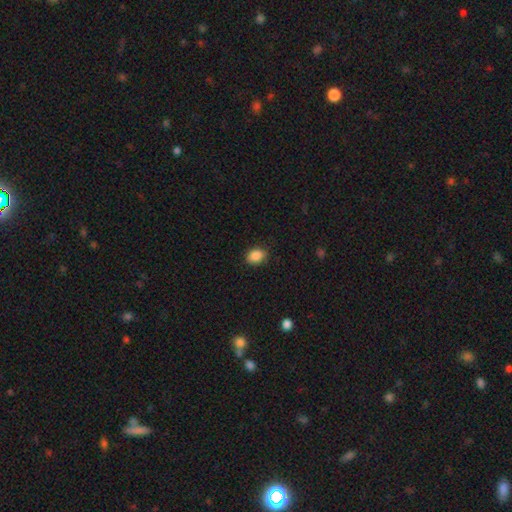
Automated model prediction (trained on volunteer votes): Morphology: type=smooth (88%); roundness=in between (64%); merging=none (84%).